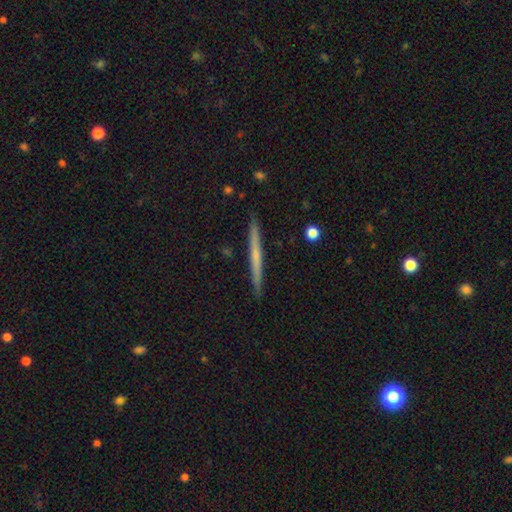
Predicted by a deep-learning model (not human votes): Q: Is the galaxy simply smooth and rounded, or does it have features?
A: featured or disk — 55%.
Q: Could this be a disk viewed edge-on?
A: yes — 98%.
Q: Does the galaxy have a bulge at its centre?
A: none — 72%.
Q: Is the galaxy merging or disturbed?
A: none — 92%.